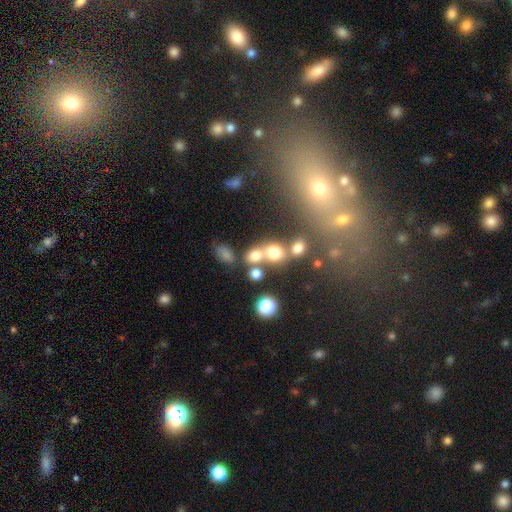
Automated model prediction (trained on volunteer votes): smooth_or_featured: smooth (p=0.69) [alt: star or artifact p=0.18]
how_rounded: round (p=0.62) [alt: in between p=0.36]
merging: merger (p=0.47) [alt: none p=0.38]